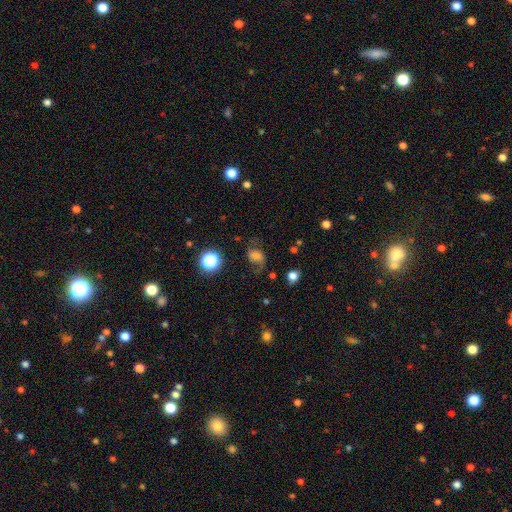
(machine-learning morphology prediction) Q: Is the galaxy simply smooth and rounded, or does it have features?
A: smooth — 43%.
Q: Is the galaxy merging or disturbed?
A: none — 50%.